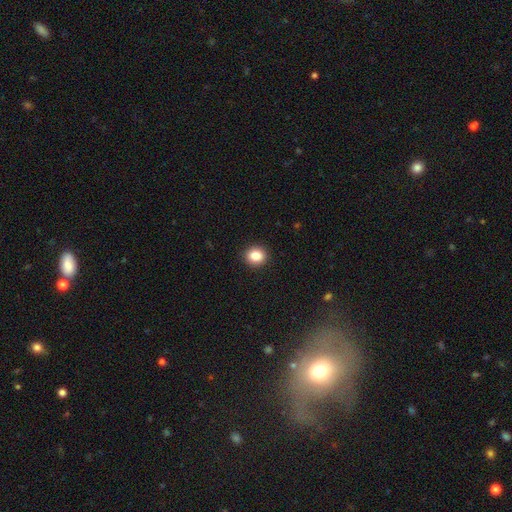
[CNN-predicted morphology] Smooth or featured? Predicted: smooth (p=0.86). How rounded? Predicted: round (p=0.82). Merging? Predicted: none (p=0.92).